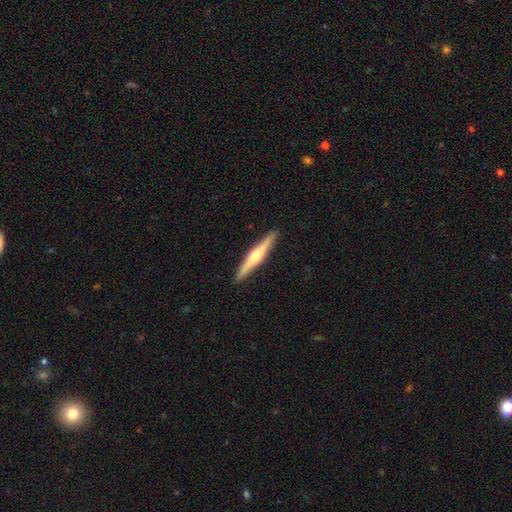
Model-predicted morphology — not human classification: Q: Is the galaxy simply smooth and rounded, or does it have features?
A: featured or disk — 68%.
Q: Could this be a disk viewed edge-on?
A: yes — 97%.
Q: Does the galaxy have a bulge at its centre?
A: rounded — 92%.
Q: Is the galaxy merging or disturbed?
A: none — 92%.